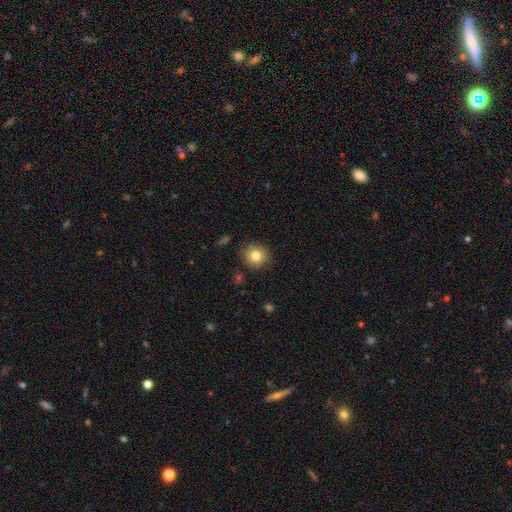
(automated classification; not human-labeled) Q: Smooth or featured?
A: smooth (81%); runner-up: star or artifact (10%)
Q: How rounded?
A: round (88%); runner-up: in between (11%)
Q: Merging?
A: none (87%); runner-up: minor disturbance (9%)